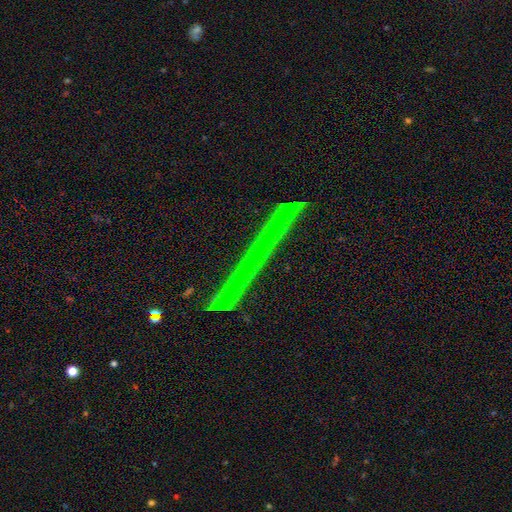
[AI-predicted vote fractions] Smooth or featured?
  - star or artifact: 76% *
  - featured or disk: 17%
  - smooth: 7%